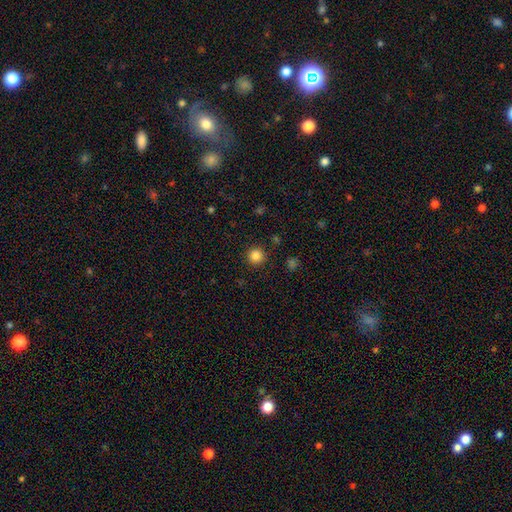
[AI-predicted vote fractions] Smooth or featured: smooth — 84% (star or artifact — 12%)
How rounded: round — 95% (in between — 4%)
Merging: none — 91% (minor disturbance — 5%)